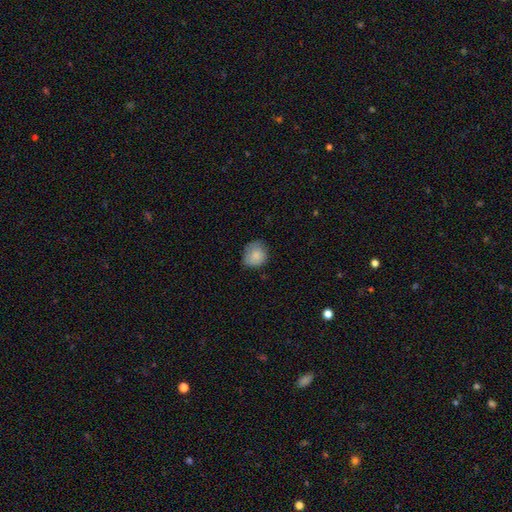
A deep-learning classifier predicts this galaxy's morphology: Smooth or featured? Predicted: smooth (p=0.84). How rounded? Predicted: round (p=0.77). Merging? Predicted: none (p=0.65).